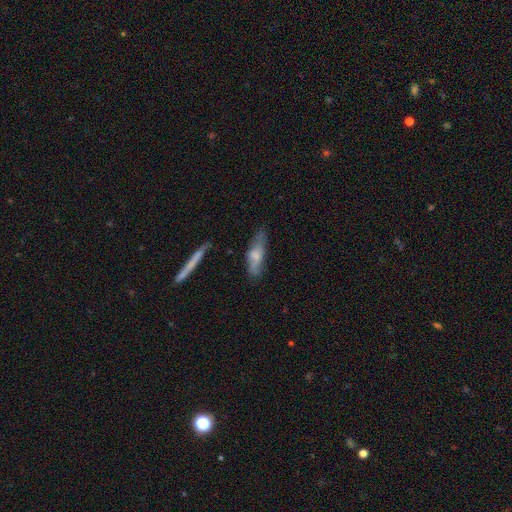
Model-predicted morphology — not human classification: Smooth or featured? smooth (60%)
How rounded? cigar-shaped (53%)
Merging? none (59%)